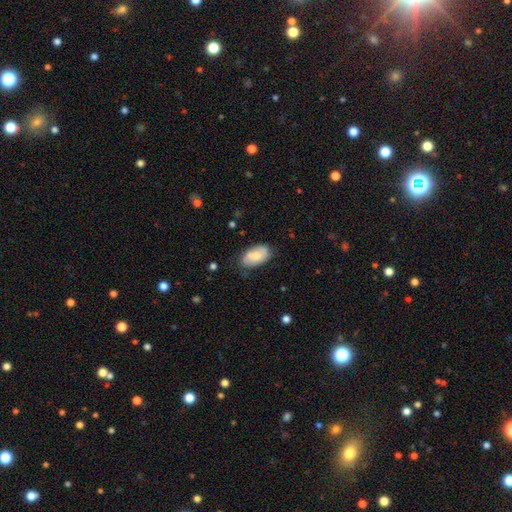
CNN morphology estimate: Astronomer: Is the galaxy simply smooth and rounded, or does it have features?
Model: smooth — 68%.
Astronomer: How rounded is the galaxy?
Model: in between — 94%.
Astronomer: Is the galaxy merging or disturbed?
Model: none — 71%.